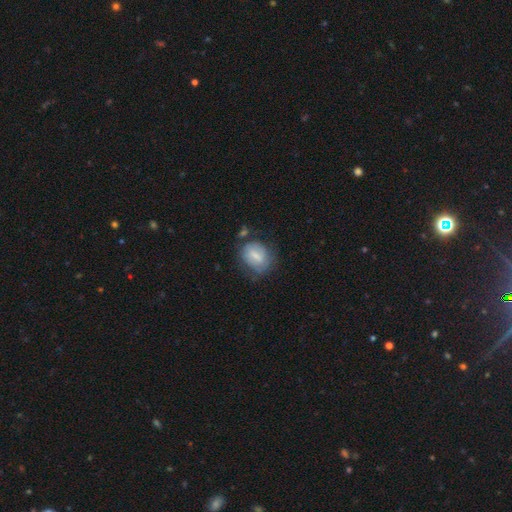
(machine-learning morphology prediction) type=smooth (60%); roundness=in between (58%); merging=none (56%).